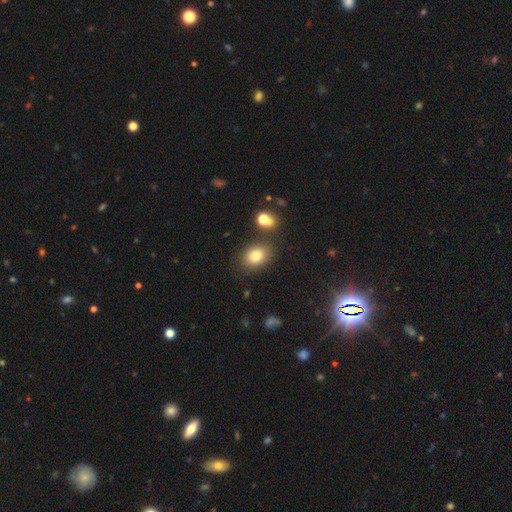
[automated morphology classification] A smooth galaxy with no disk features (82%) that is in between round and cigar-shaped (65%). Merging: none (77%).